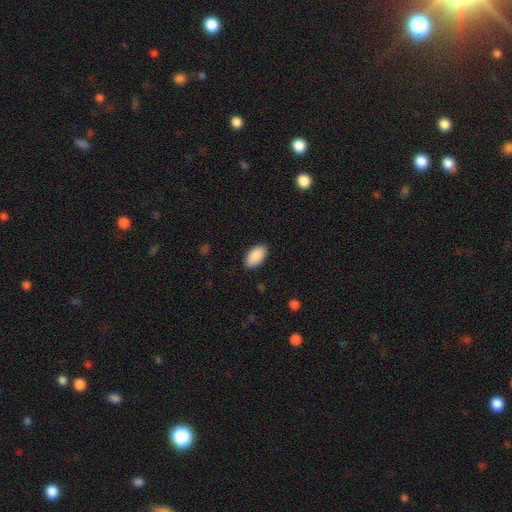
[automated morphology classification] Q: Smooth or featured?
A: smooth (89%); runner-up: star or artifact (6%)
Q: How rounded?
A: in between (95%); runner-up: round (3%)
Q: Merging?
A: none (88%); runner-up: minor disturbance (9%)